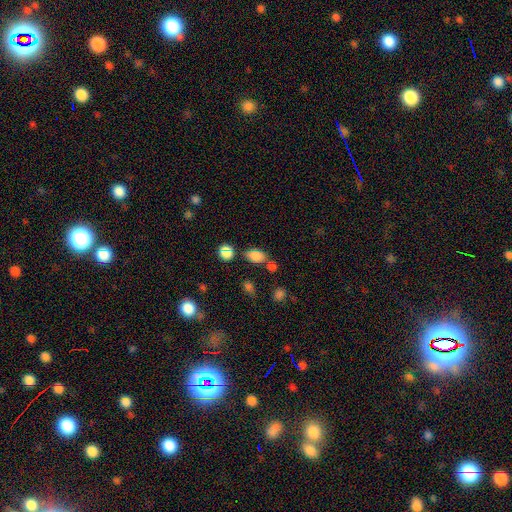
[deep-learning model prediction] Smooth or featured: smooth — 80% (star or artifact — 14%)
How rounded: in between — 85% (round — 13%)
Merging: none — 68% (minor disturbance — 14%)